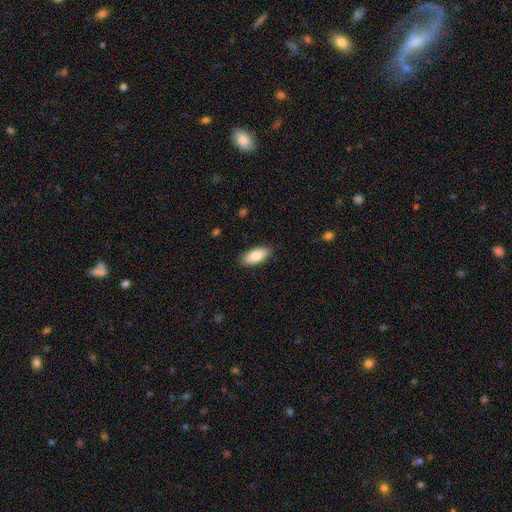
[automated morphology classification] Smooth or featured? smooth (84%)
How rounded? in between (89%)
Merging? none (88%)